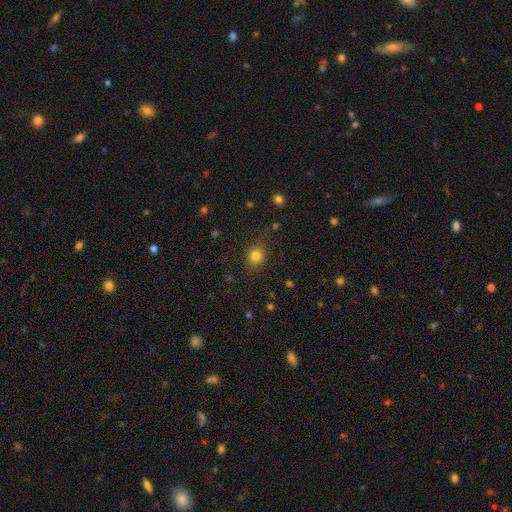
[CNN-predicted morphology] type=smooth (81%); roundness=round (79%); merging=none (83%).